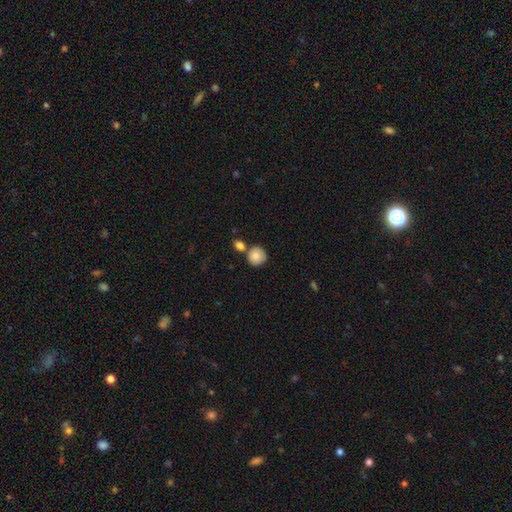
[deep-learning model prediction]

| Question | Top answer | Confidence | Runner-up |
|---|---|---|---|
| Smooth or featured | smooth | 82% | featured or disk (10%) |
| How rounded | round | 90% | in between (9%) |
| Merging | none | 64% | merger (21%) |